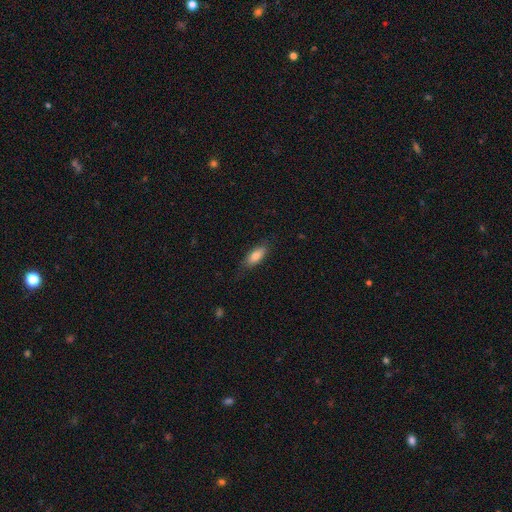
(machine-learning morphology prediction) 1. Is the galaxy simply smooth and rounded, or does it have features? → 82% smooth, 12% featured or disk, 7% star or artifact.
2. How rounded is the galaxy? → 74% in between, 24% cigar-shaped, 2% round.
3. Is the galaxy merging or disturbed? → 77% none, 17% minor disturbance, 5% major disturbance, 1% merger.